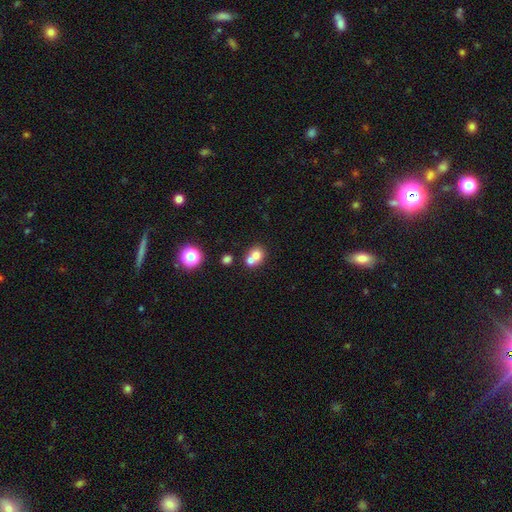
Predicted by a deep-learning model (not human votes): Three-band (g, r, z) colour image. It shows a smooth galaxy with no disk features (70%) that is round (75%). Merging: merger (56%).